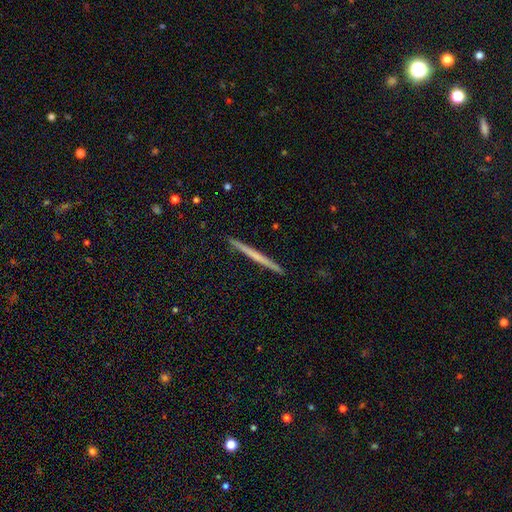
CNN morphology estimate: Overall: featured or disk (49%; smooth 46%). Merging: none (93%).